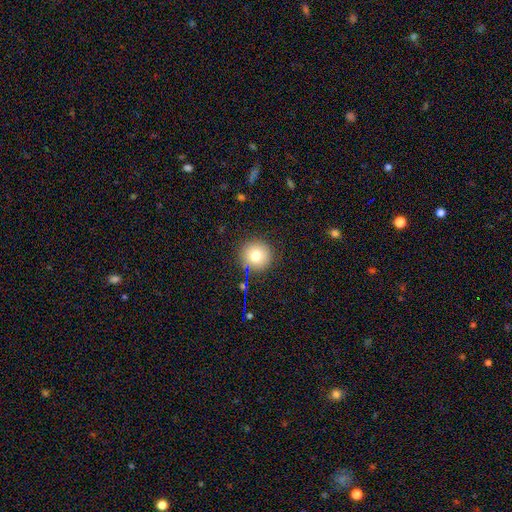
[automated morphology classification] Smooth or featured?
  - smooth: 76% *
  - star or artifact: 13%
  - featured or disk: 11%
How rounded?
  - round: 94% *
  - in between: 5%
  - cigar-shaped: 1%
Merging?
  - none: 87% *
  - minor disturbance: 8%
  - major disturbance: 3%
  - merger: 3%